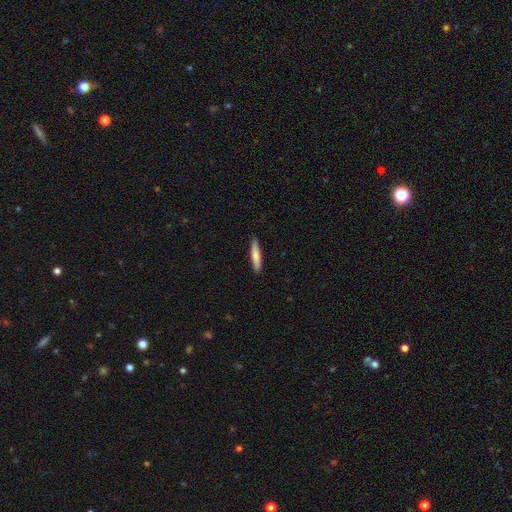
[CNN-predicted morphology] Q: Smooth or featured?
A: smooth (76%); runner-up: featured or disk (19%)
Q: How rounded?
A: cigar-shaped (88%); runner-up: in between (11%)
Q: Merging?
A: none (89%); runner-up: minor disturbance (8%)